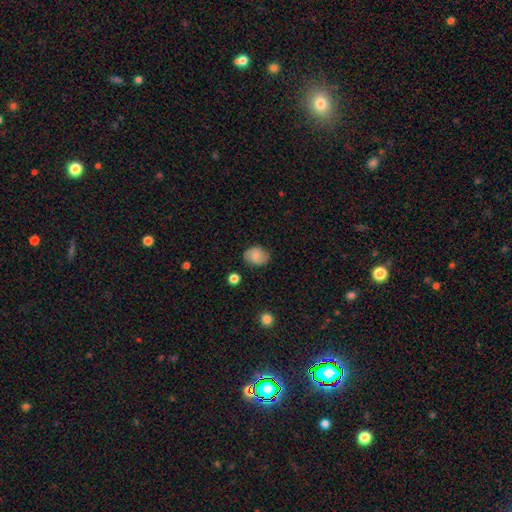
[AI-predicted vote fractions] Smooth or featured? smooth (72%)
How rounded? in between (55%)
Merging? none (79%)